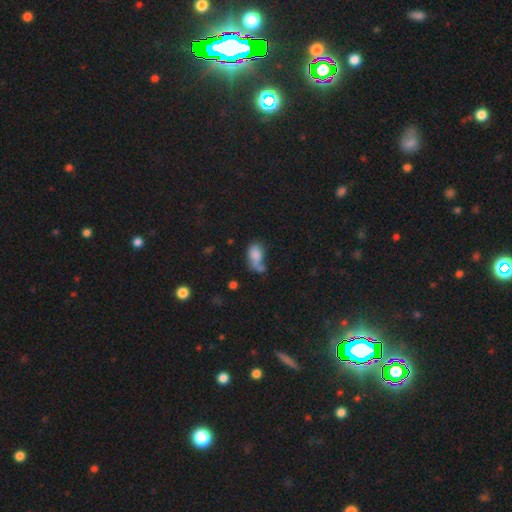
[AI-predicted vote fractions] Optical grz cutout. It shows a smooth galaxy with no disk features (77%) that is in between round and cigar-shaped (85%). Merging: merger (37%).